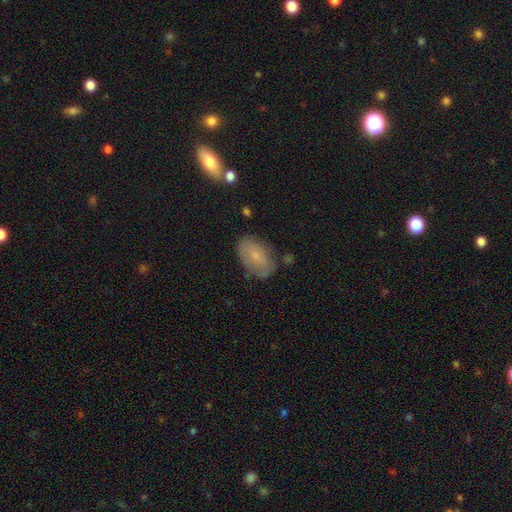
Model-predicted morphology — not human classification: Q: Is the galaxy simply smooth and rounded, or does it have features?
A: smooth — 69%.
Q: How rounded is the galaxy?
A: in between — 90%.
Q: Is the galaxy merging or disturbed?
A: none — 69%.